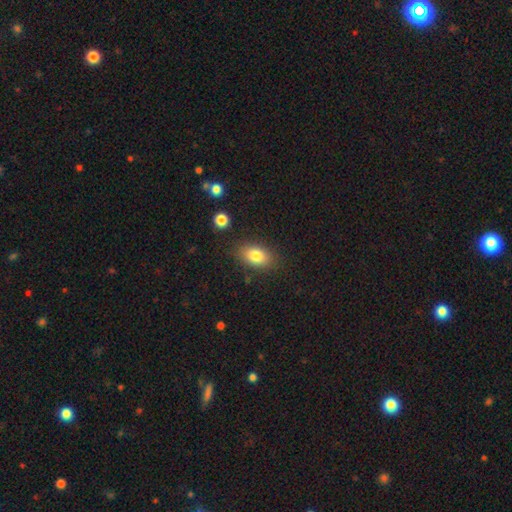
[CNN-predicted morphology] smooth-or-featured: smooth: 81% | featured or disk: 10% | star or artifact: 9%
  how-rounded: in between: 86% | round: 12% | cigar-shaped: 2%
  merging: none: 84% | minor disturbance: 11% | major disturbance: 3% | merger: 2%